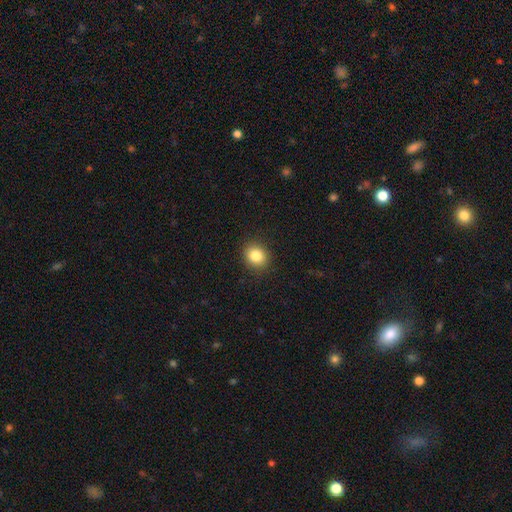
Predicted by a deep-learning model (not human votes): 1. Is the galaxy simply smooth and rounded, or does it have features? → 84% smooth, 10% star or artifact, 6% featured or disk.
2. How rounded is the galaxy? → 71% round, 28% in between, 1% cigar-shaped.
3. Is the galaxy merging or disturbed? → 90% none, 7% minor disturbance, 2% major disturbance, 1% merger.